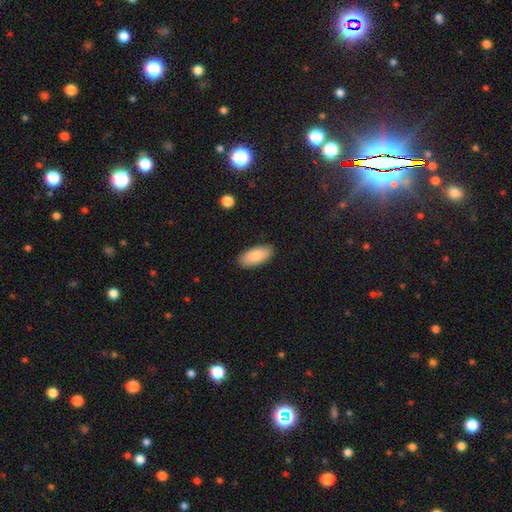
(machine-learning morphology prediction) type=smooth (86%); roundness=in between (92%); merging=none (88%).